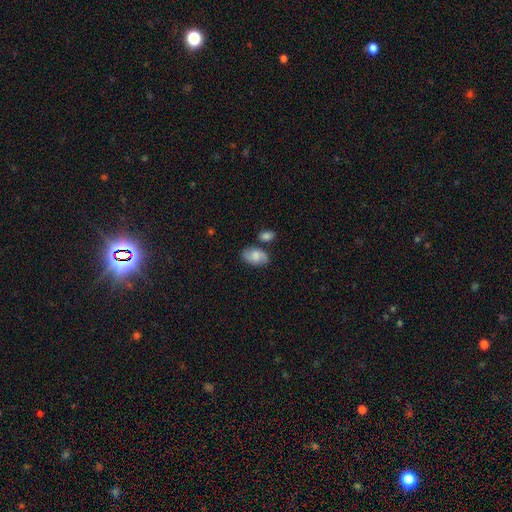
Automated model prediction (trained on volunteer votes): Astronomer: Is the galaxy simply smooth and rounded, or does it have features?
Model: smooth — 52% (runner-up: featured or disk, 40%).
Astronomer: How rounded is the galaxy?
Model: in between — 89%.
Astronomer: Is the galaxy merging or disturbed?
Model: none — 66%.